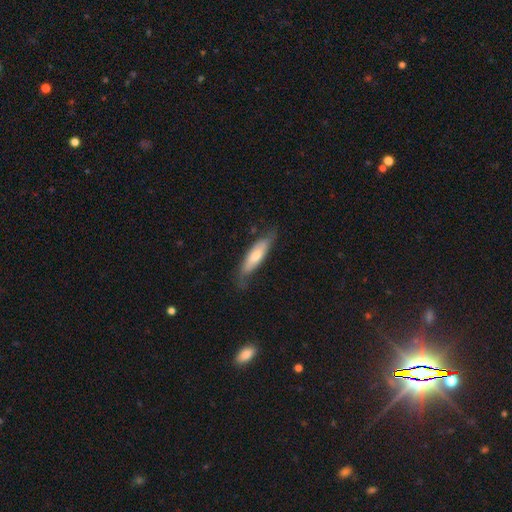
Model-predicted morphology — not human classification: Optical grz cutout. It shows a smooth galaxy with no disk features (62%) that is cigar-shaped (62%). Merging: none (62%).